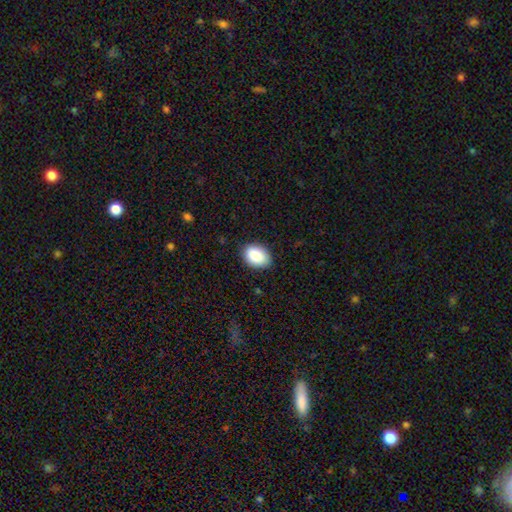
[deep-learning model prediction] A smooth galaxy with no disk features (88%) that is in between round and cigar-shaped (77%). Merging: none (85%).